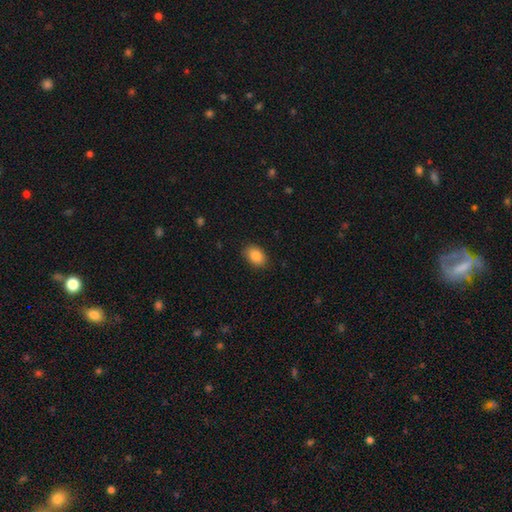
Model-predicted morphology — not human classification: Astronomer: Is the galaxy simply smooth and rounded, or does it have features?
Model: smooth — 87%.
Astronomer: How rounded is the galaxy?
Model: in between — 82%.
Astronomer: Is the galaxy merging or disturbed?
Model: none — 86%.